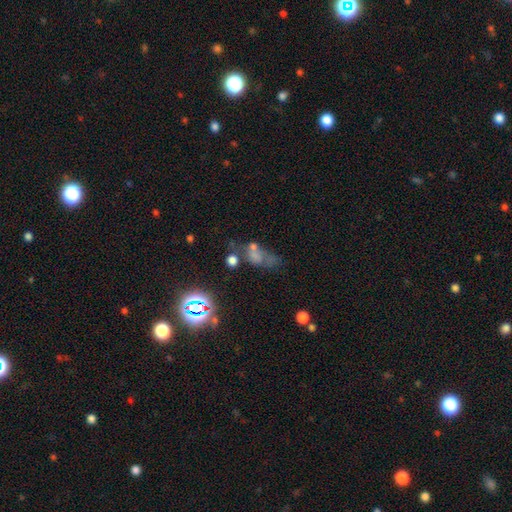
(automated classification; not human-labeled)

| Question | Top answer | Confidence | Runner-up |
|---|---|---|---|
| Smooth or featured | smooth | 38% | star or artifact (36%) |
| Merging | none | 32% | merger (28%) |